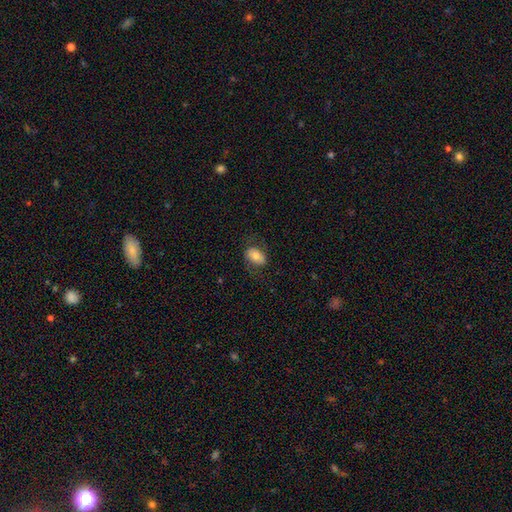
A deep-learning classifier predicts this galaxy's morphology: smooth 68%, featured or disk 25%, star or artifact 7%. Down the decision tree: how rounded — in between (80%); merging — none (72%).